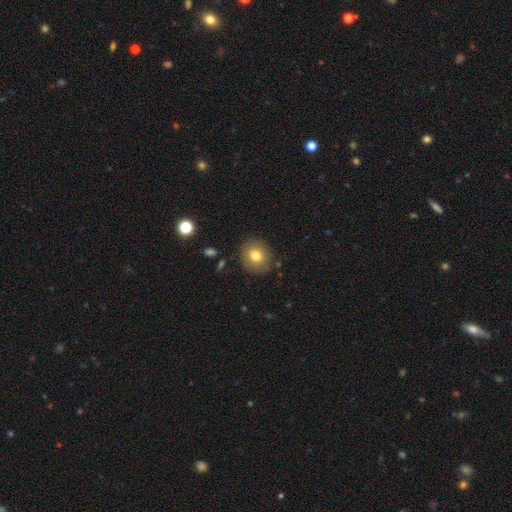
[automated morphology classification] Q: Smooth or featured?
A: smooth (77%); runner-up: featured or disk (13%)
Q: How rounded?
A: round (80%); runner-up: in between (19%)
Q: Merging?
A: none (85%); runner-up: minor disturbance (10%)